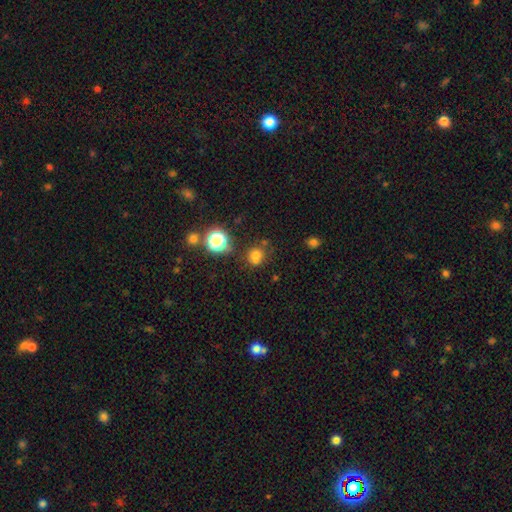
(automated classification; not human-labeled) smooth-or-featured: smooth: 71% | star or artifact: 21% | featured or disk: 8%
  how-rounded: round: 78% | in between: 21% | cigar-shaped: 1%
  merging: none: 63% | minor disturbance: 16% | merger: 15% | major disturbance: 6%